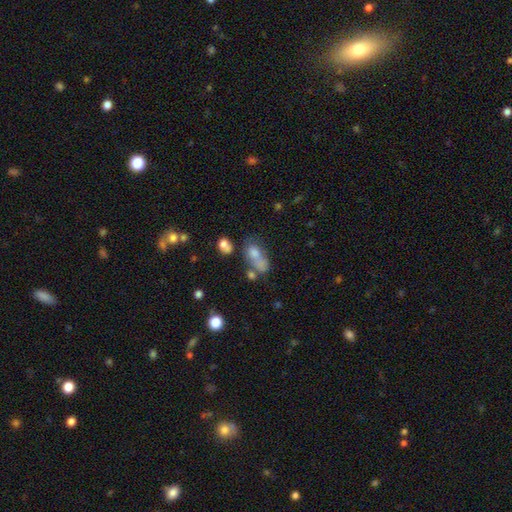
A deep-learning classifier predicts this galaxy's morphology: Q: Smooth or featured?
A: smooth (67%); runner-up: featured or disk (19%)
Q: How rounded?
A: in between (77%); runner-up: round (15%)
Q: Merging?
A: merger (39%); runner-up: none (27%)